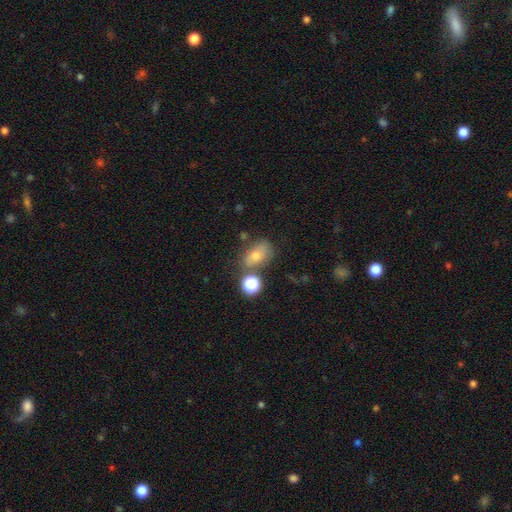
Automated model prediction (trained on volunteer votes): The model was most divided on "merging": none: 56%, minor disturbance: 20%, merger: 16%, major disturbance: 9%. More confident: how rounded — in between (74%); smooth or featured — smooth (63%).